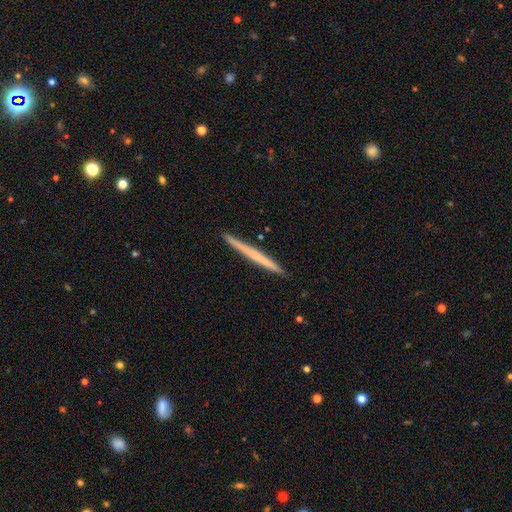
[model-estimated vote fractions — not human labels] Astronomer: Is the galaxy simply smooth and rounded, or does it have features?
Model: smooth — 51% (runner-up: featured or disk, 44%).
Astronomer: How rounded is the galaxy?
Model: cigar-shaped — 98%.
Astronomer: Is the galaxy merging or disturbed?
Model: none — 92%.